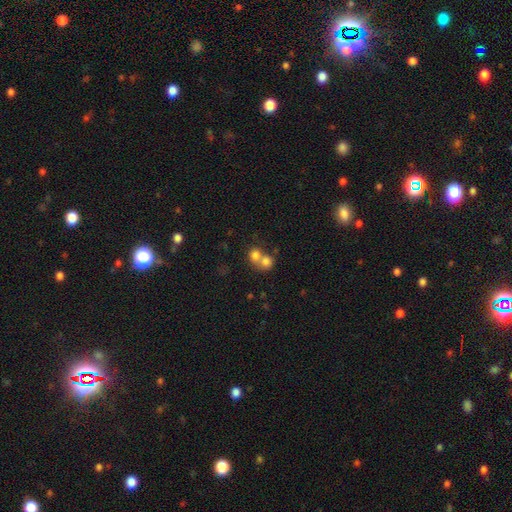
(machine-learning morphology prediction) The model was most divided on "merging": merger: 61%, none: 30%, minor disturbance: 5%, major disturbance: 3%. More confident: smooth or featured — smooth (76%); how rounded — round (76%).